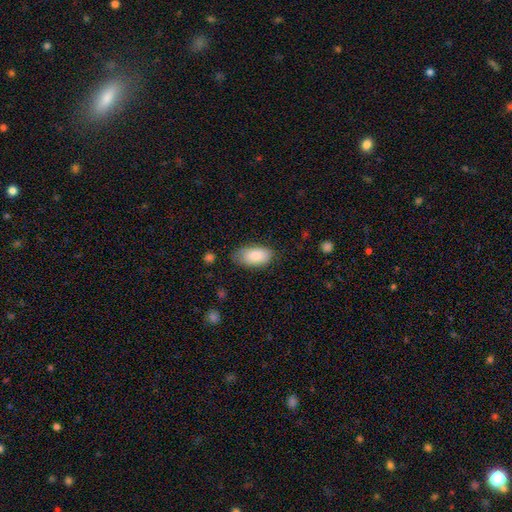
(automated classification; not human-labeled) Smooth or featured? smooth (83%)
How rounded? in between (94%)
Merging? none (72%)